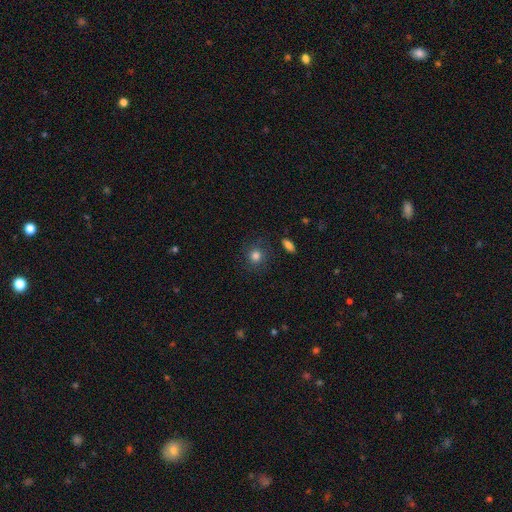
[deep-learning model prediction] smooth 81%, star or artifact 12%, featured or disk 8%. Down the decision tree: how rounded — round (86%); merging — none (82%).